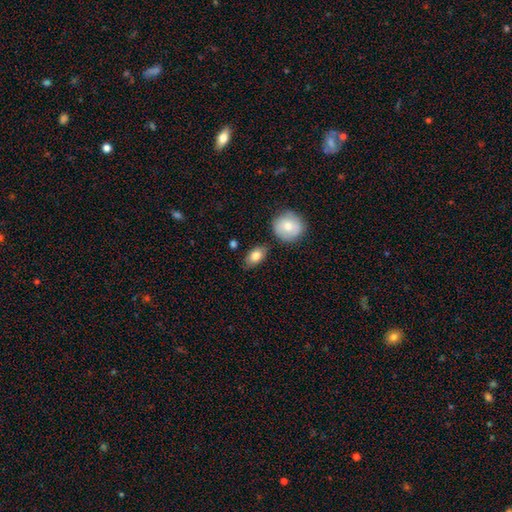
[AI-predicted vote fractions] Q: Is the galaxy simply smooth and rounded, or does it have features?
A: smooth — 81%.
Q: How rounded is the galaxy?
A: in between — 87%.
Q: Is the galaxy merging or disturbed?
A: none — 78%.